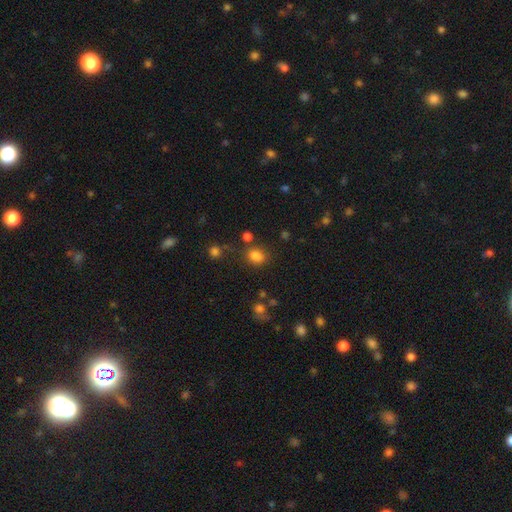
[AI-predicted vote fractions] This appears to be a smooth galaxy with no disk features (80%) that is in between round and cigar-shaped (54%). Merging: none (71%).